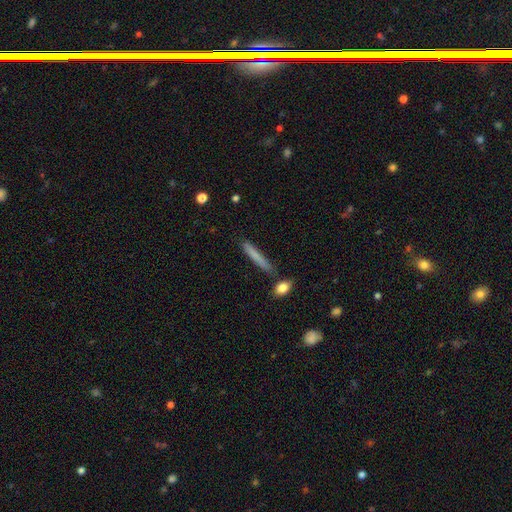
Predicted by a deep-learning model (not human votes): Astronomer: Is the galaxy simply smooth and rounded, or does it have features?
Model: smooth — 73%.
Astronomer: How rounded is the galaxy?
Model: cigar-shaped — 94%.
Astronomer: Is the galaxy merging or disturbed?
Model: none — 81%.